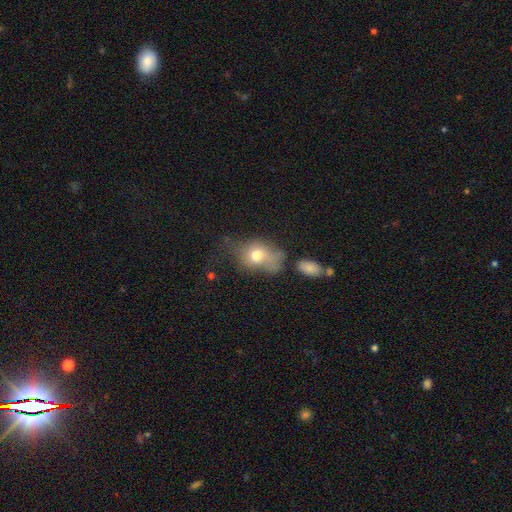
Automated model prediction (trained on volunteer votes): Morphology: type=smooth (69%); roundness=in between (59%); merging=major disturbance (31%).